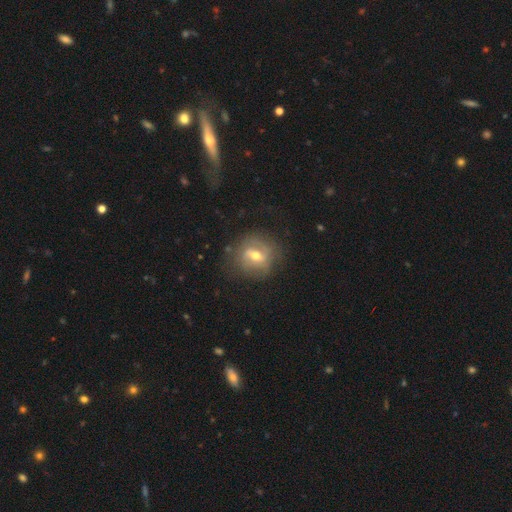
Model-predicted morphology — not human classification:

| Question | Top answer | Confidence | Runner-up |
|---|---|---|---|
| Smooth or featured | featured or disk | 61% | smooth (30%) |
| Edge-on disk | no | 93% | yes (7%) |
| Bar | weak | 44% | strong (34%) |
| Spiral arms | yes | 55% | no (45%) |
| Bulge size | moderate | 70% | small (22%) |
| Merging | none | 72% | minor disturbance (18%) |